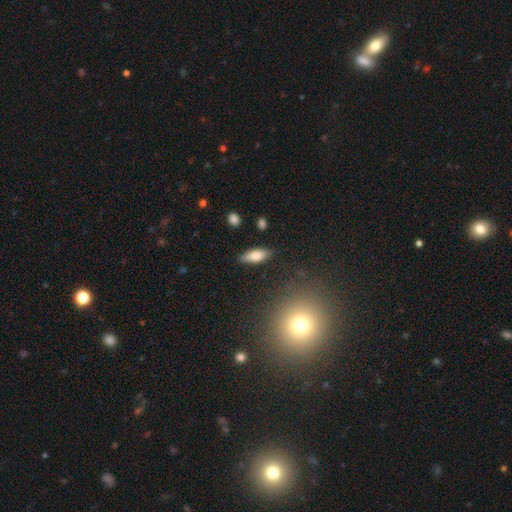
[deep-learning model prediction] Morphology: type=smooth (74%); roundness=in between (72%); merging=none (84%).